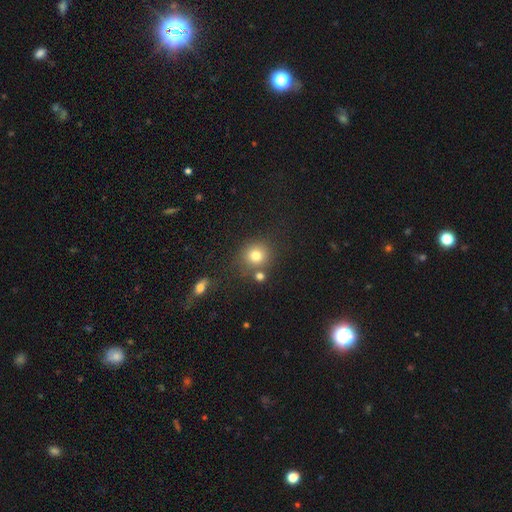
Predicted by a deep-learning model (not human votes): Smooth or featured: smooth — 79% (star or artifact — 13%)
How rounded: round — 86% (in between — 13%)
Merging: none — 71% (merger — 13%)